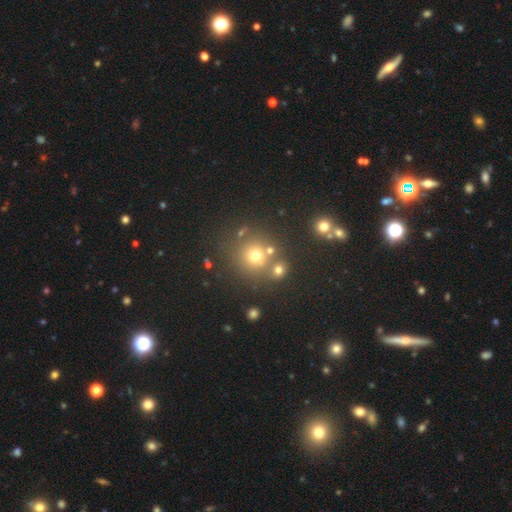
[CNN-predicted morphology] A smooth galaxy with no disk features (68%) that is round (91%). Merging: none (70%).